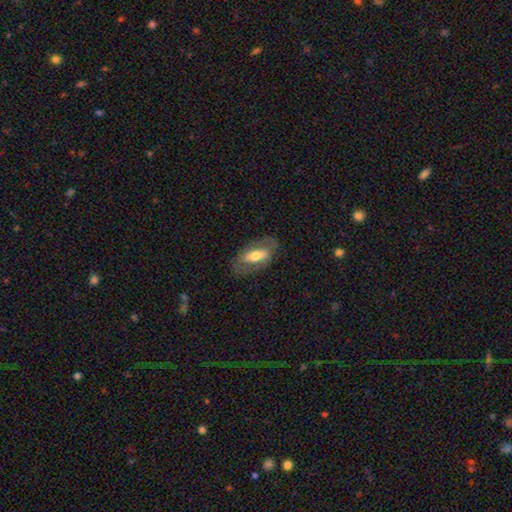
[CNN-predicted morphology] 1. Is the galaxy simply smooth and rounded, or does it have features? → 51% featured or disk, 43% smooth, 6% star or artifact.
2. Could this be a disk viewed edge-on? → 84% no, 16% yes.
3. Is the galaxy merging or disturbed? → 75% none, 15% minor disturbance, 9% major disturbance, 1% merger.